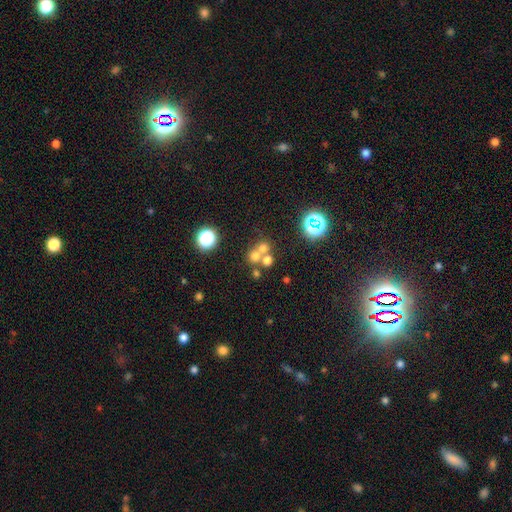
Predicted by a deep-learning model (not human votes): Q: Smooth or featured?
A: smooth (58%); runner-up: star or artifact (26%)
Q: How rounded?
A: round (87%); runner-up: in between (12%)
Q: Merging?
A: merger (46%); runner-up: none (44%)